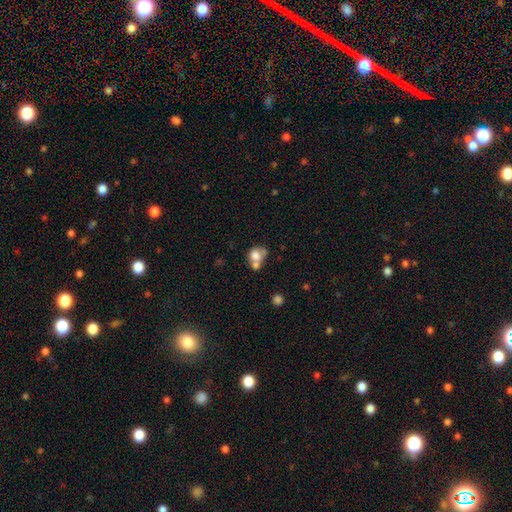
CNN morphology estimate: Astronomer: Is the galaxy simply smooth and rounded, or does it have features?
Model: smooth — 70%.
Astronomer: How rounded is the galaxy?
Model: round — 54% (runner-up: in between, 45%).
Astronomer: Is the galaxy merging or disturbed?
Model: merger — 54%.